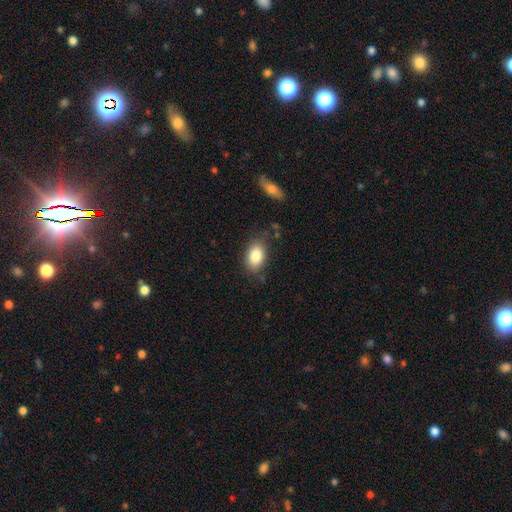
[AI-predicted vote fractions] Smooth or featured?
  - smooth: 85% *
  - star or artifact: 8%
  - featured or disk: 7%
How rounded?
  - in between: 88% *
  - round: 11%
  - cigar-shaped: 2%
Merging?
  - none: 79% *
  - minor disturbance: 15%
  - major disturbance: 4%
  - merger: 2%